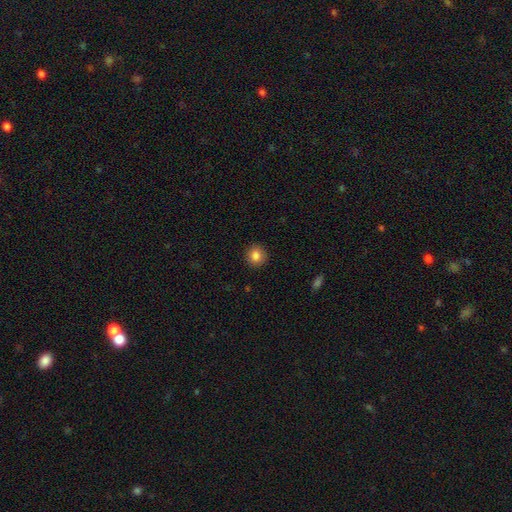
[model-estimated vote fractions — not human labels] Smooth or featured? smooth (84%)
How rounded? round (91%)
Merging? none (91%)